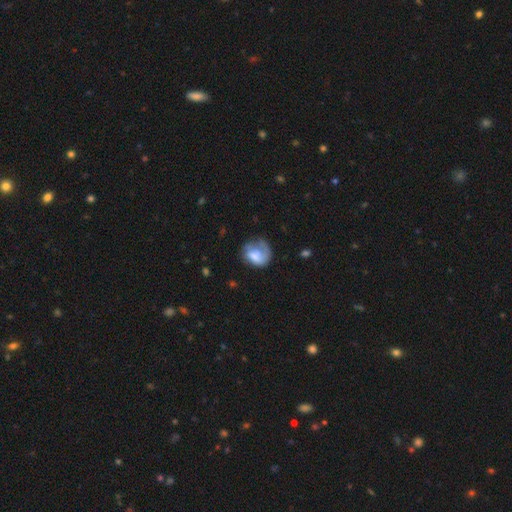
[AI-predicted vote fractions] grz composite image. It shows a smooth galaxy with no disk features (58%) that is round (62%). Merging: none (41%).